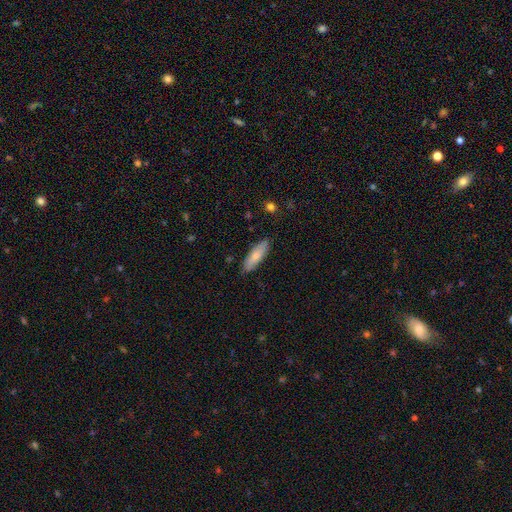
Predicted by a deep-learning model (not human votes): Morphology: type=smooth (73%); roundness=cigar-shaped (49%, tied with in between); merging=none (86%).